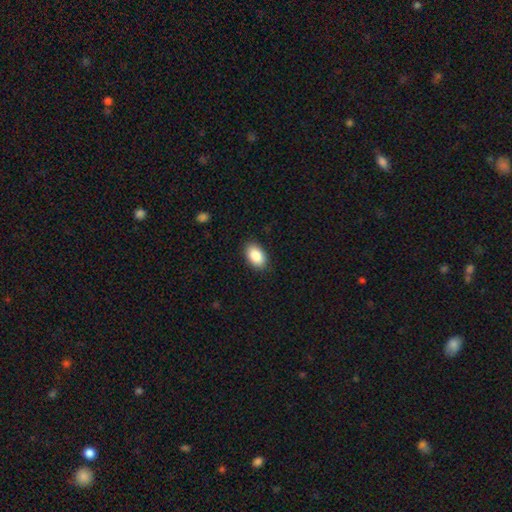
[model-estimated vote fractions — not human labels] smooth 88%, star or artifact 7%, featured or disk 5%. Down the decision tree: how rounded — in between (92%); merging — none (88%).